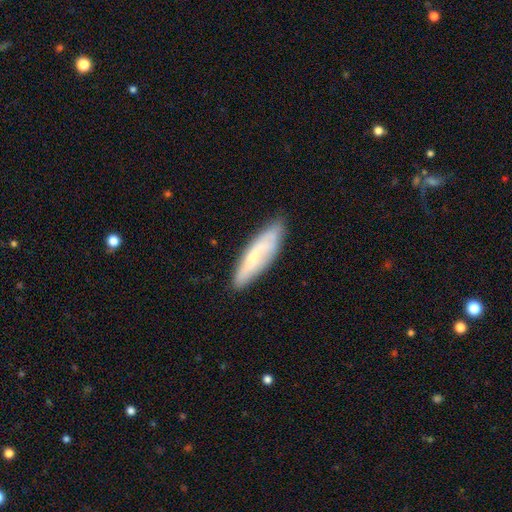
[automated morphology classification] Smooth or featured? smooth (53%)
How rounded? cigar-shaped (61%)
Merging? none (70%)